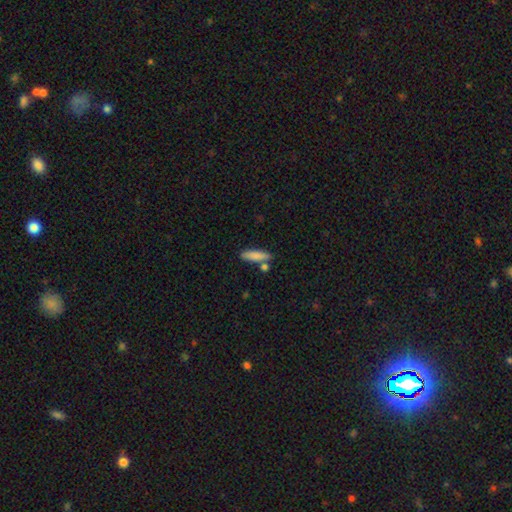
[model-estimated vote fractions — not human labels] smooth 84%, featured or disk 10%, star or artifact 6%. Down the decision tree: how rounded — cigar-shaped (62%); merging — none (73%).